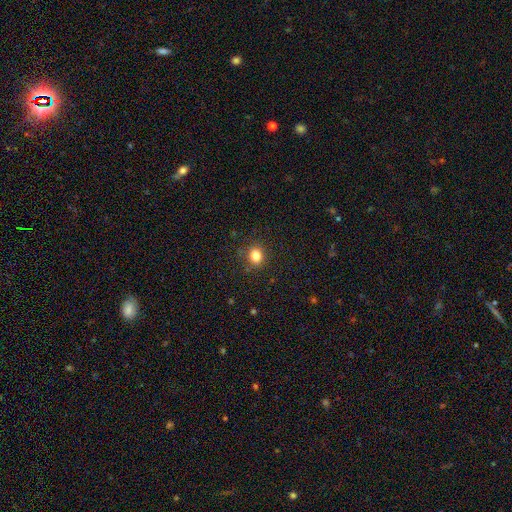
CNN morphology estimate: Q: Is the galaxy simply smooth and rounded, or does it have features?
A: smooth — 82%.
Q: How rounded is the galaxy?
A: round — 73%.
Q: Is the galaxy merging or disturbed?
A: none — 87%.